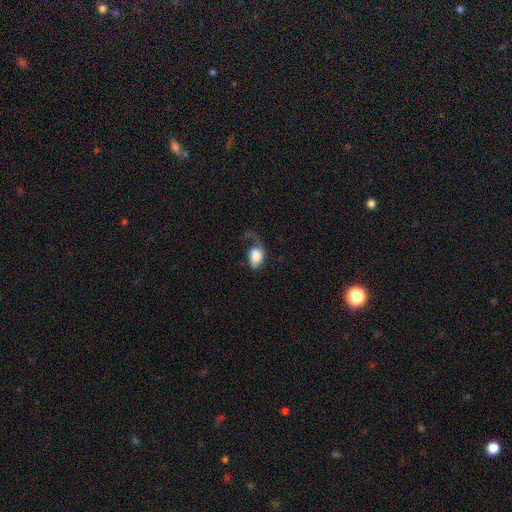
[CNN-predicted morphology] smooth_or_featured: smooth (p=0.67) [alt: featured or disk p=0.25]
how_rounded: in between (p=0.78) [alt: round p=0.21]
merging: major disturbance (p=0.52) [alt: none p=0.22]